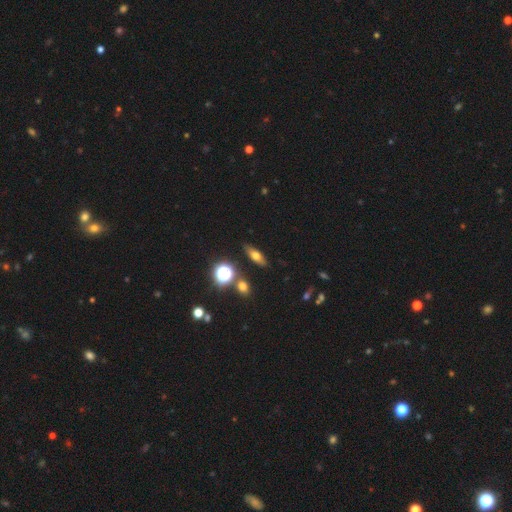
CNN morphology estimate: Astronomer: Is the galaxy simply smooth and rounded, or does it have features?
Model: smooth — 53% (runner-up: featured or disk, 30%).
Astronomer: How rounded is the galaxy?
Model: in between — 52% (runner-up: cigar-shaped, 37%).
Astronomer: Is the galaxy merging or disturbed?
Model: none — 85%.